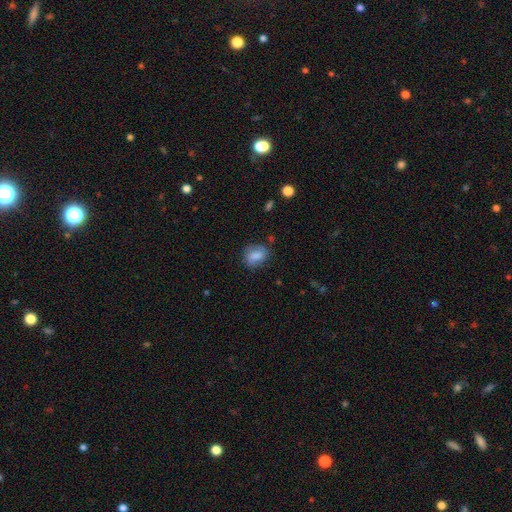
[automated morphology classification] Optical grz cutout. It shows a smooth galaxy with no disk features (80%) that is in between round and cigar-shaped (67%). Merging: none (70%).